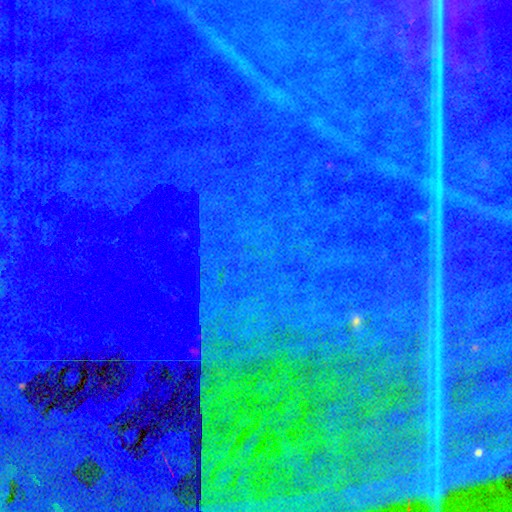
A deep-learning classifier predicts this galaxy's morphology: star or artifact 85%, smooth 7%, featured or disk 7%.